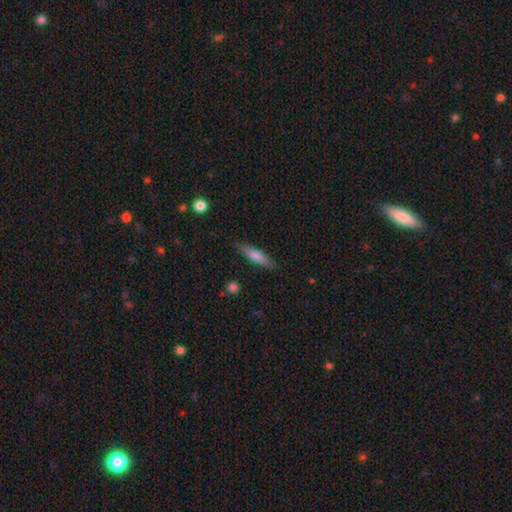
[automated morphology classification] smooth-or-featured: smooth: 67% | featured or disk: 26% | star or artifact: 6%
  how-rounded: cigar-shaped: 77% | in between: 21% | round: 2%
  merging: none: 85% | minor disturbance: 11% | major disturbance: 3% | merger: 2%